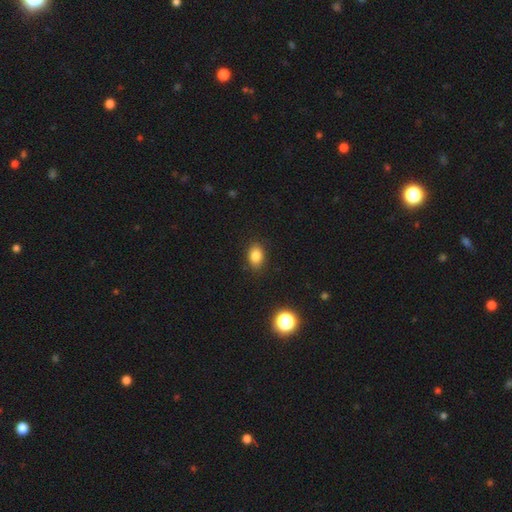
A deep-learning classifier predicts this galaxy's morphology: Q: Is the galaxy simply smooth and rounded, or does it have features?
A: smooth — 84%.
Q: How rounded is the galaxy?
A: in between — 77%.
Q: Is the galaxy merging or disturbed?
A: none — 87%.